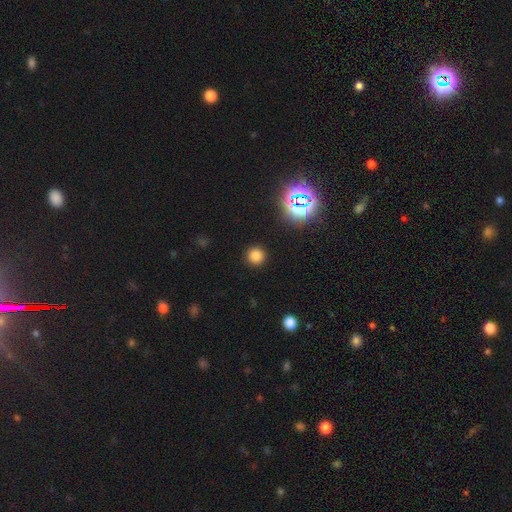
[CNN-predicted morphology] Overall: smooth (77%). How rounded: round (94%). Merging: none (91%).